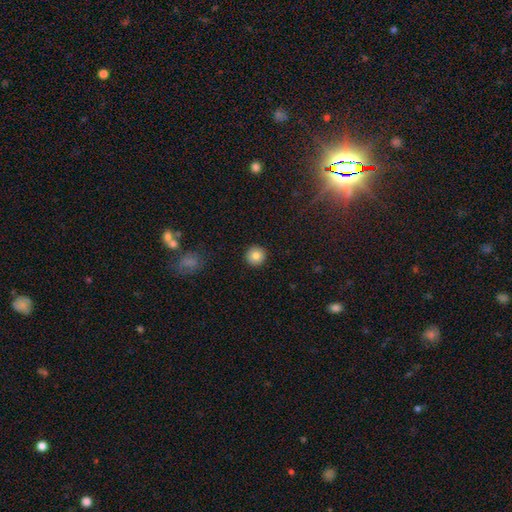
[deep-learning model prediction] Smooth or featured? Predicted: smooth (p=0.83). How rounded? Predicted: round (p=0.96). Merging? Predicted: none (p=0.93).